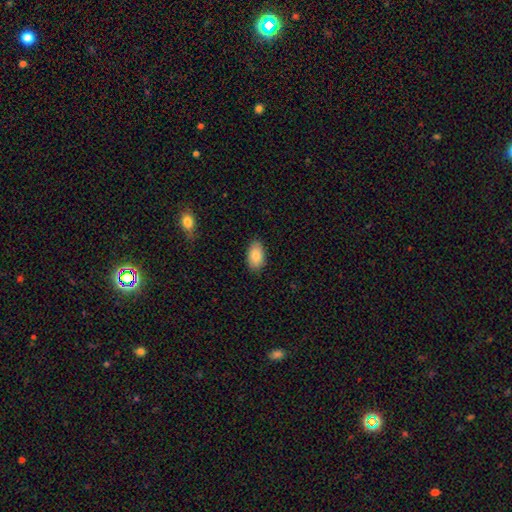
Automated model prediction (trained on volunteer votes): Smooth or featured? Predicted: smooth (p=0.84). How rounded? Predicted: in between (p=0.94). Merging? Predicted: none (p=0.87).